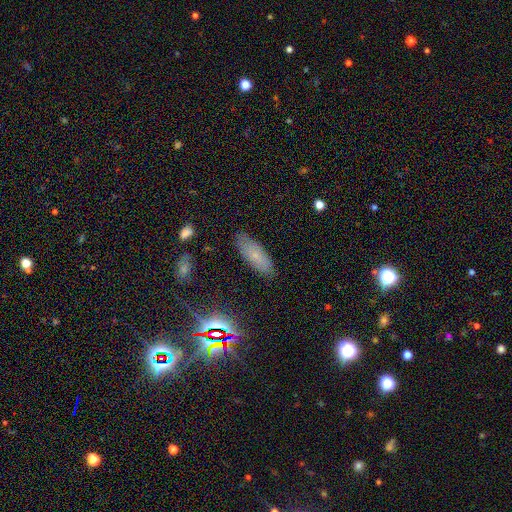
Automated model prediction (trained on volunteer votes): A smooth galaxy with no disk features (60%) that is in between round and cigar-shaped (69%).

Vote fractions:
- Smooth or featured? smooth: 60% / featured or disk: 25% / star or artifact: 15%
- How rounded? in between: 69% / cigar-shaped: 28% / round: 3%
- Merging? none: 81% / minor disturbance: 14% / major disturbance: 3% / merger: 1%